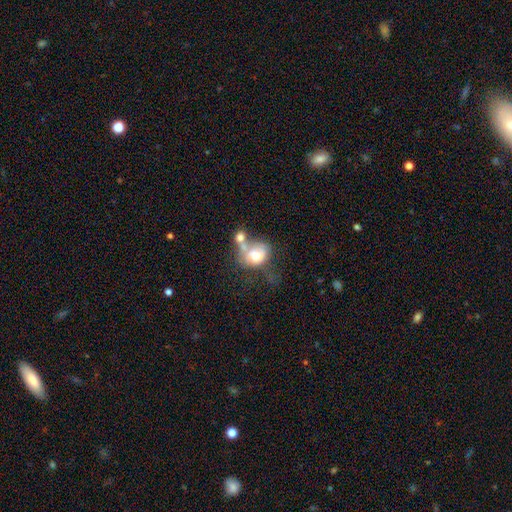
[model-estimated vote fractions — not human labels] Overall: smooth (62%; featured or disk 29%). How rounded: in between (56%; round 43%). Merging: merger (52%; none 19%).